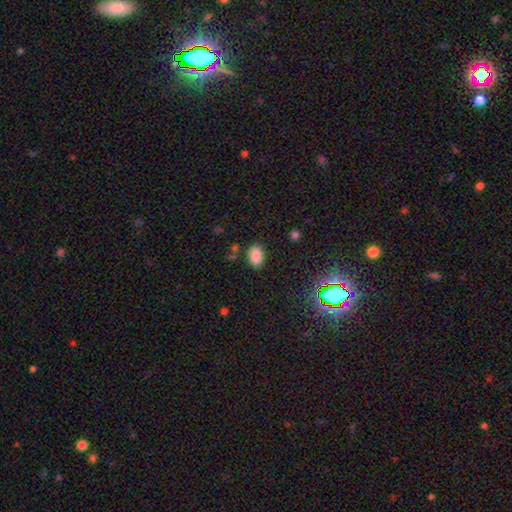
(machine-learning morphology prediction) A smooth galaxy with no disk features (83%) that is in between round and cigar-shaped (87%).

Vote fractions:
- Smooth or featured? smooth: 83% / star or artifact: 12% / featured or disk: 5%
- How rounded? in between: 87% / round: 12% / cigar-shaped: 1%
- Merging? none: 83% / minor disturbance: 11% / major disturbance: 3% / merger: 3%